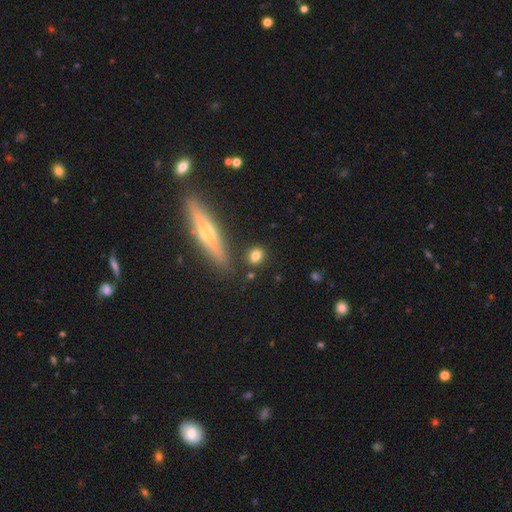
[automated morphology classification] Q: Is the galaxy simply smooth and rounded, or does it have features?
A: smooth — 78%.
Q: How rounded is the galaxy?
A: round — 52%.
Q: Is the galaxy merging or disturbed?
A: none — 82%.